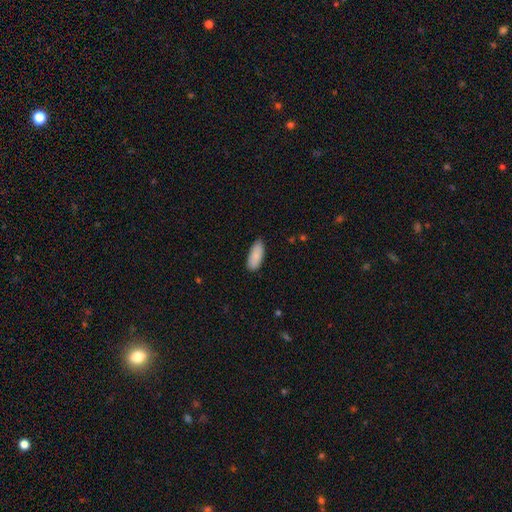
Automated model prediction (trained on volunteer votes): smooth_or_featured: smooth (p=0.89) [alt: star or artifact p=0.06]
how_rounded: in between (p=0.84) [alt: cigar-shaped p=0.15]
merging: none (p=0.82) [alt: minor disturbance p=0.15]